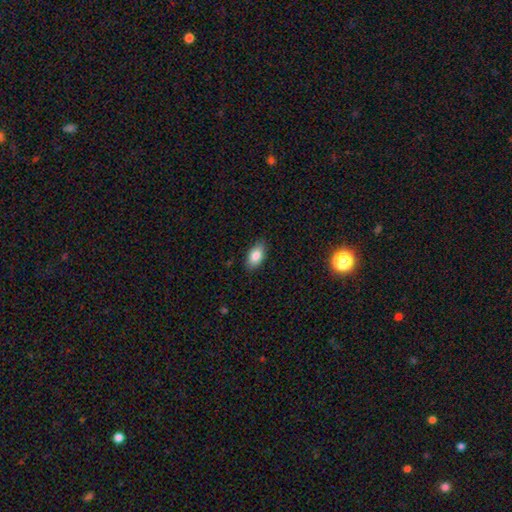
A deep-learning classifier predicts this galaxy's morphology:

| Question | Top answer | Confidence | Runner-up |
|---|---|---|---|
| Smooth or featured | smooth | 84% | featured or disk (8%) |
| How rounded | in between | 92% | round (5%) |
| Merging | none | 87% | minor disturbance (10%) |